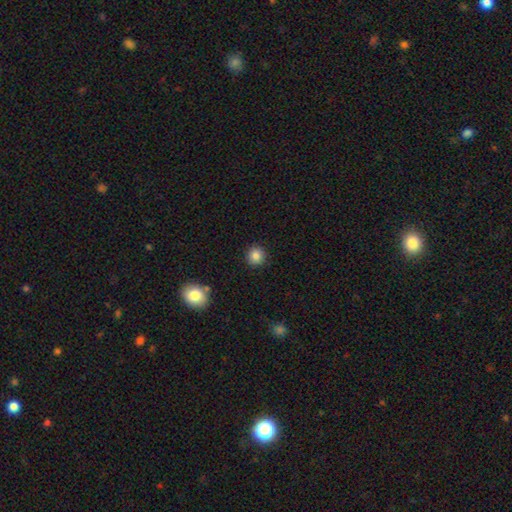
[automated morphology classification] smooth 85%, star or artifact 10%, featured or disk 5%. Down the decision tree: how rounded — round (92%); merging — none (90%).